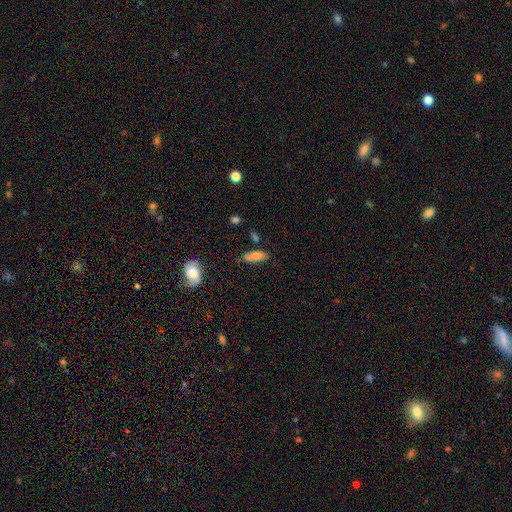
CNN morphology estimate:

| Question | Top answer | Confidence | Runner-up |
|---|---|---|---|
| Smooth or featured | smooth | 77% | featured or disk (16%) |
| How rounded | in between | 71% | cigar-shaped (26%) |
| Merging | none | 68% | minor disturbance (21%) |